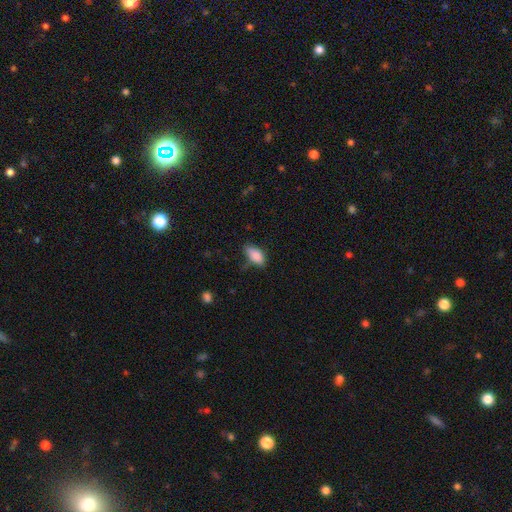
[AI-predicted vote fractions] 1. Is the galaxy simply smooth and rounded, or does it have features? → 86% smooth, 7% star or artifact, 6% featured or disk.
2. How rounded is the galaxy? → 90% in between, 7% cigar-shaped, 3% round.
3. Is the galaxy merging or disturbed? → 60% none, 30% minor disturbance, 7% major disturbance, 3% merger.